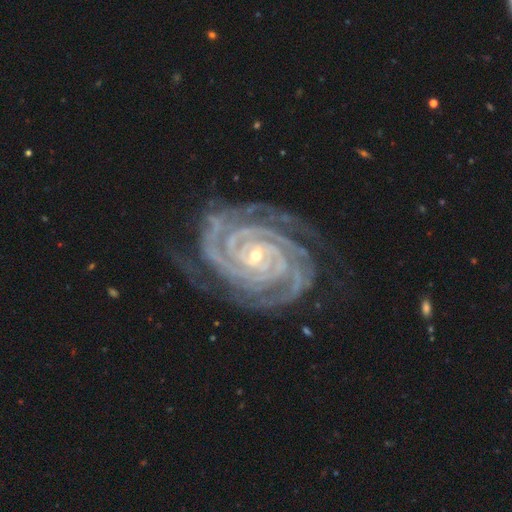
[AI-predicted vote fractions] Smooth or featured? featured or disk (94%)
Edge-on disk? no (98%)
Bar? no (62%)
Spiral arms? yes (99%)
Spiral winding? tight (88%)
Spiral arm count? 2 (26%)
Bulge size? small (77%)
Merging? none (77%)